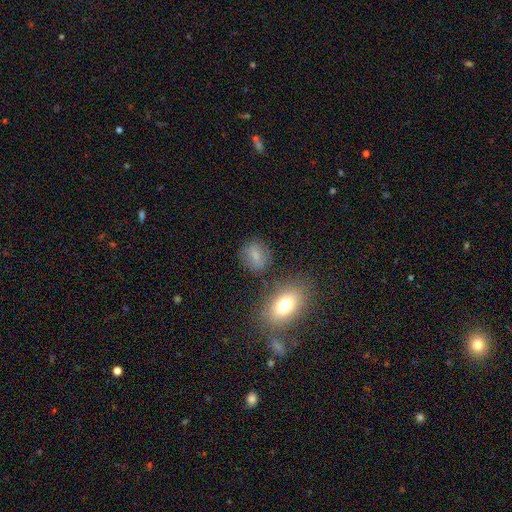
Morphology: type=smooth (82%); roundness=in between (66%); merging=none (83%).